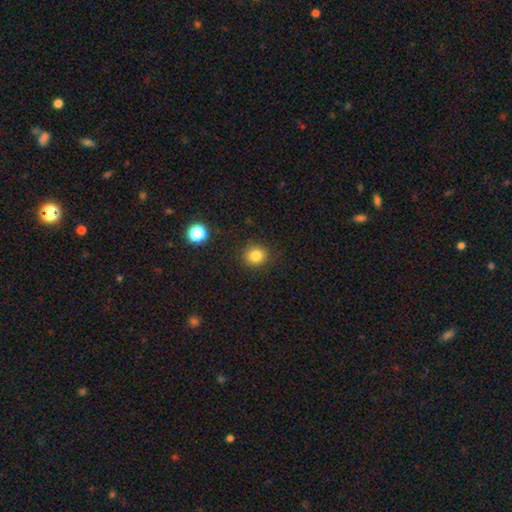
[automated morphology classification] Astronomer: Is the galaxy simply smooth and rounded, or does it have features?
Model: smooth — 83%.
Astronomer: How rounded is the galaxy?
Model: round — 83%.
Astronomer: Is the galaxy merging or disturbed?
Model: none — 88%.